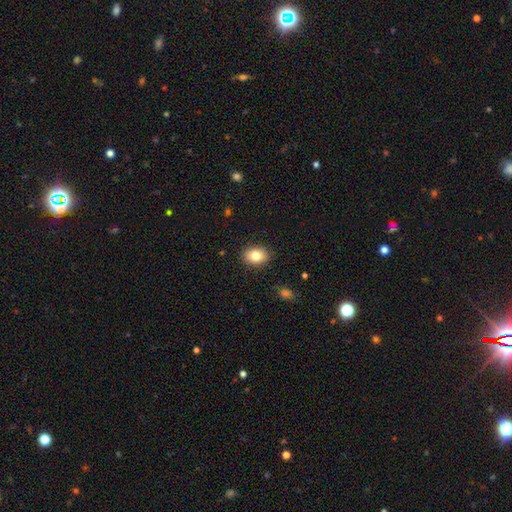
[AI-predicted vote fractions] Smooth or featured? smooth (80%)
How rounded? in between (75%)
Merging? none (88%)